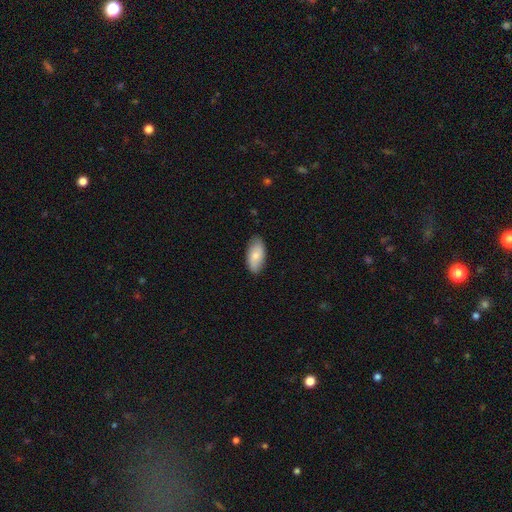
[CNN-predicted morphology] Smooth or featured? smooth (74%)
How rounded? in between (93%)
Merging? none (83%)